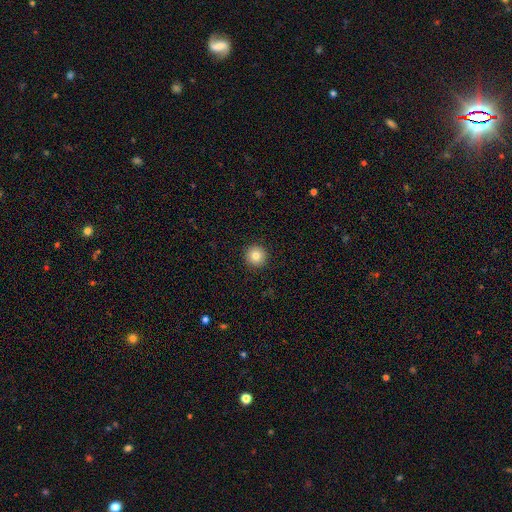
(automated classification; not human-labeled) Smooth or featured?
  - smooth: 82% *
  - star or artifact: 10%
  - featured or disk: 7%
How rounded?
  - round: 96% *
  - in between: 3%
  - cigar-shaped: 1%
Merging?
  - none: 93% *
  - minor disturbance: 4%
  - major disturbance: 2%
  - merger: 1%